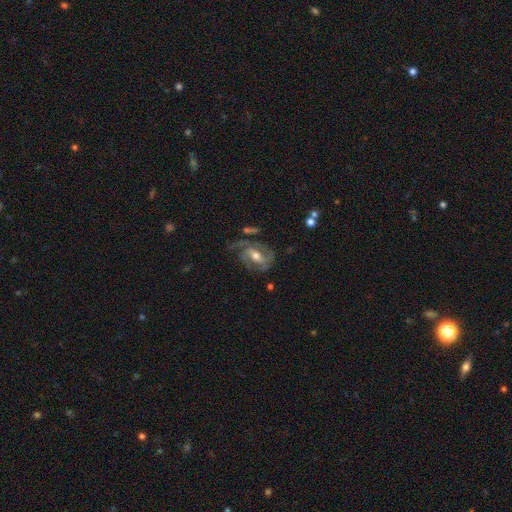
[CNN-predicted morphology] This is clearly a featured or disk galaxy (84%). It is clearly not viewed edge-on (96%). Bar: marginally weak (44%). Spiral arm pattern: clearly yes (94%). Spiral arm count: marginally 2 (42%). Spiral winding: marginally medium (44%). Central bulge: likely moderate (69%). Merging: possibly none (56%).